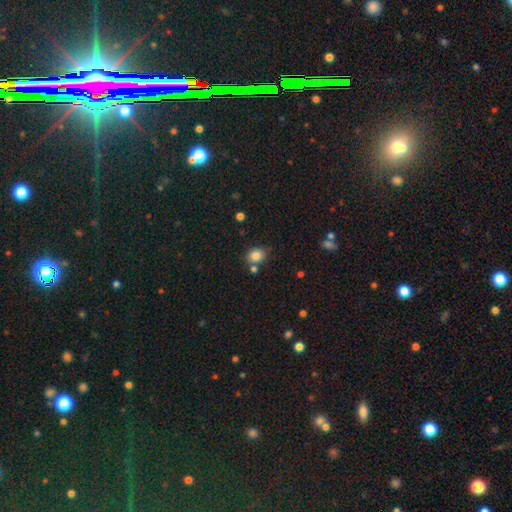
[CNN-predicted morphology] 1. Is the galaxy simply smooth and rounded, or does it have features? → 84% smooth, 10% star or artifact, 6% featured or disk.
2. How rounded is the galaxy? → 56% round, 43% in between, 1% cigar-shaped.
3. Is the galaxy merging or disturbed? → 68% none, 15% minor disturbance, 13% merger, 4% major disturbance.